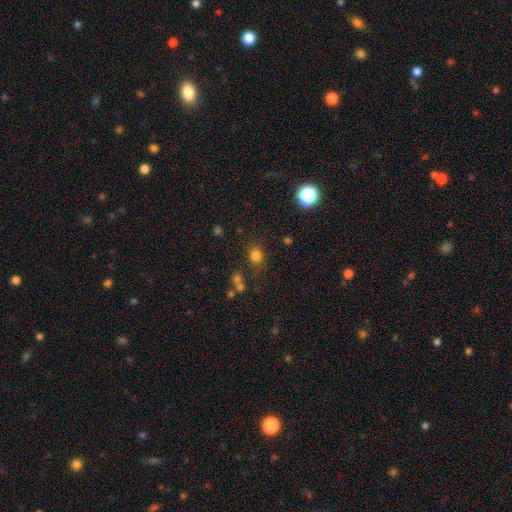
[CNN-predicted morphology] Smooth or featured: smooth — 78% (star or artifact — 16%)
How rounded: round — 76% (in between — 23%)
Merging: none — 77% (minor disturbance — 12%)